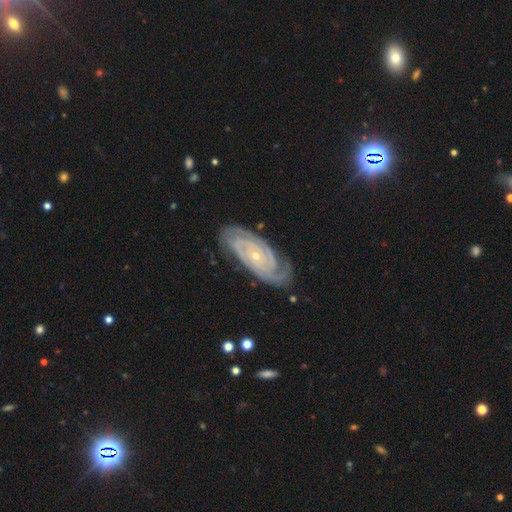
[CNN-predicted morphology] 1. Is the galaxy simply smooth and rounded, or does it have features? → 90% featured or disk, 5% star or artifact, 5% smooth.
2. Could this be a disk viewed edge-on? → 95% no, 5% yes.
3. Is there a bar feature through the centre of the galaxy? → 74% no, 18% weak, 8% strong.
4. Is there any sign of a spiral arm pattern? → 98% yes, 2% no.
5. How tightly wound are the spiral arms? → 79% tight, 18% medium, 3% loose.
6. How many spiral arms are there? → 47% 2, 18% 3, 16% can't tell, 9% 4, 5% more than 4, 5% 1.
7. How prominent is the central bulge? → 81% small, 15% moderate, 1% none, 1% large, 1% dominant.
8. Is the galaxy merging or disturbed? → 78% none, 16% minor disturbance, 5% major disturbance, 1% merger.